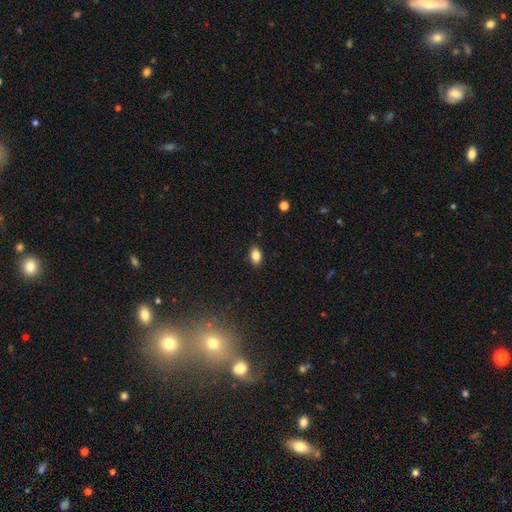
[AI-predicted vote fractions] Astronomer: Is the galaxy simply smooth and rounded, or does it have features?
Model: smooth — 84%.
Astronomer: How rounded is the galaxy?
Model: in between — 87%.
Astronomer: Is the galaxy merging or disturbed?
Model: none — 88%.